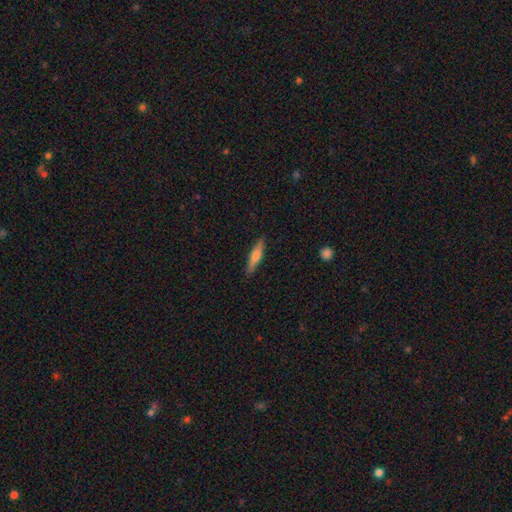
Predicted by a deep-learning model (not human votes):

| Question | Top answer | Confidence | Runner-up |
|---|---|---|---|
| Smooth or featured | smooth | 61% | featured or disk (33%) |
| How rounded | cigar-shaped | 80% | in between (18%) |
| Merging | none | 87% | minor disturbance (9%) |